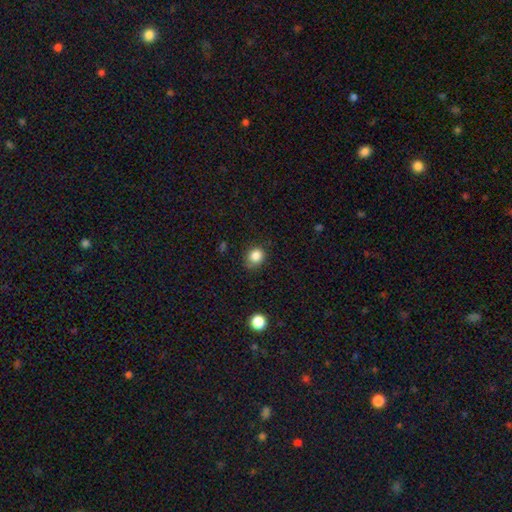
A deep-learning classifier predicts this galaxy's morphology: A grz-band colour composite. It shows a smooth galaxy with no disk features (84%) that is round (66%). Merging: none (74%).